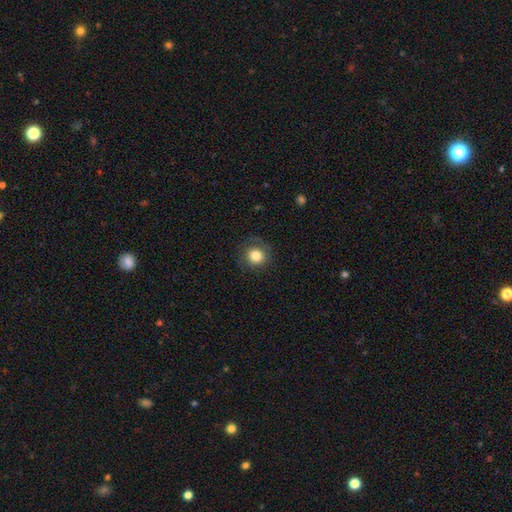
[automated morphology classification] Q: Smooth or featured?
A: smooth (82%); runner-up: star or artifact (10%)
Q: How rounded?
A: round (90%); runner-up: in between (9%)
Q: Merging?
A: none (83%); runner-up: minor disturbance (12%)